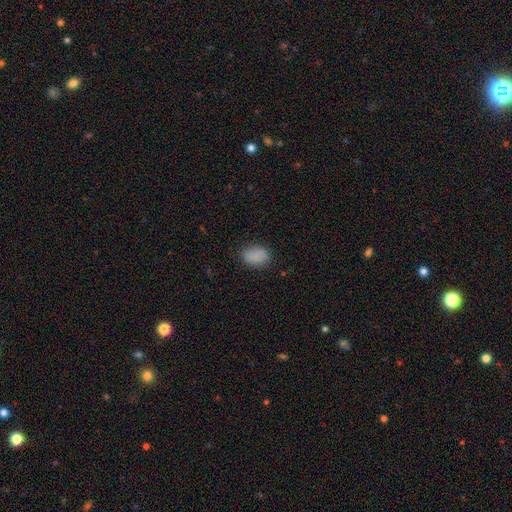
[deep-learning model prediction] smooth_or_featured: smooth (p=0.86) [alt: star or artifact p=0.09]
how_rounded: in between (p=0.83) [alt: round p=0.15]
merging: none (p=0.82) [alt: minor disturbance p=0.14]